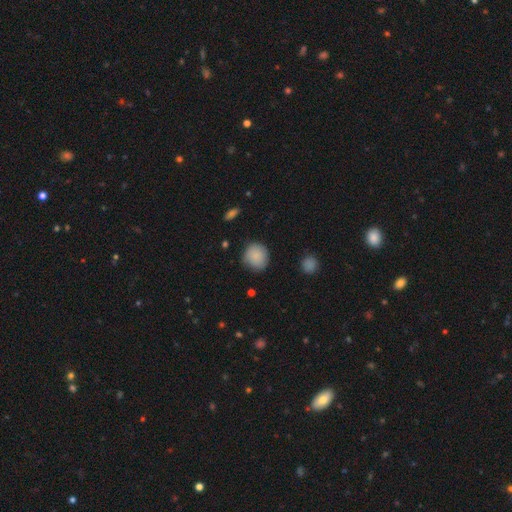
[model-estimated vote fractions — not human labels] Smooth or featured? smooth (87%)
How rounded? round (85%)
Merging? none (80%)